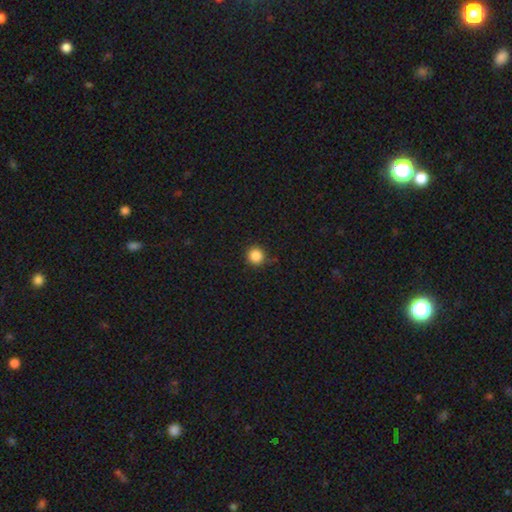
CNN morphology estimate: This is clearly a smooth galaxy (86%). How rounded: clearly round (94%). Merging: clearly none (88%).